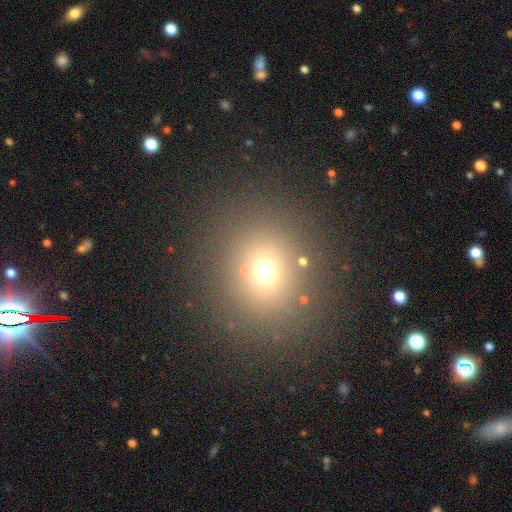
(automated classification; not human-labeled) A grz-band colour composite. It shows a smooth galaxy with no disk features (65%) that is round (82%). Merging: none (84%).